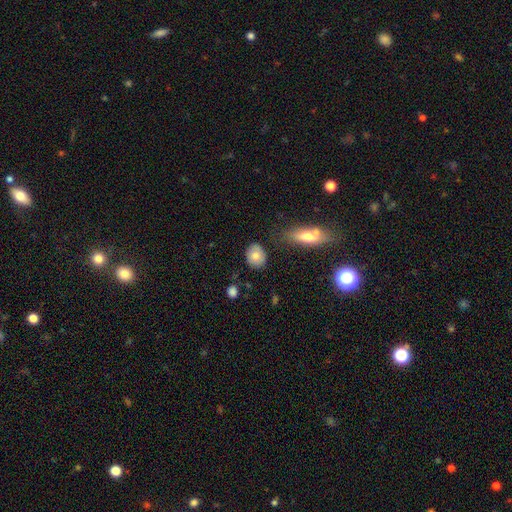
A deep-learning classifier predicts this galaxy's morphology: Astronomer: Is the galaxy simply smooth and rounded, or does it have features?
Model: smooth — 78%.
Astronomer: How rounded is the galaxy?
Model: round — 53% (runner-up: in between, 45%).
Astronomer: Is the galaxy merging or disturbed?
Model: none — 80%.